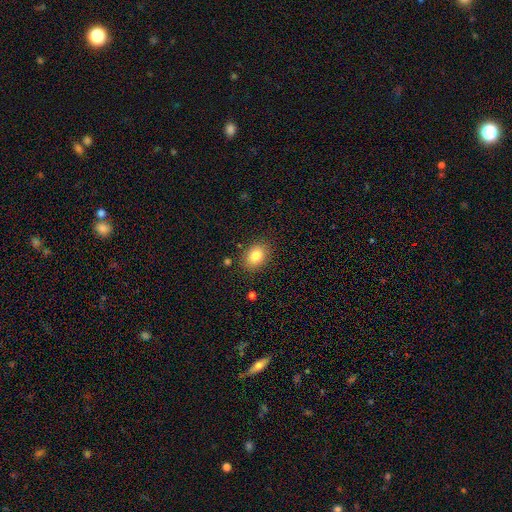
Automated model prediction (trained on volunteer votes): This appears to be a smooth galaxy with no disk features (82%) that is in between round and cigar-shaped (64%). Merging: none (85%).